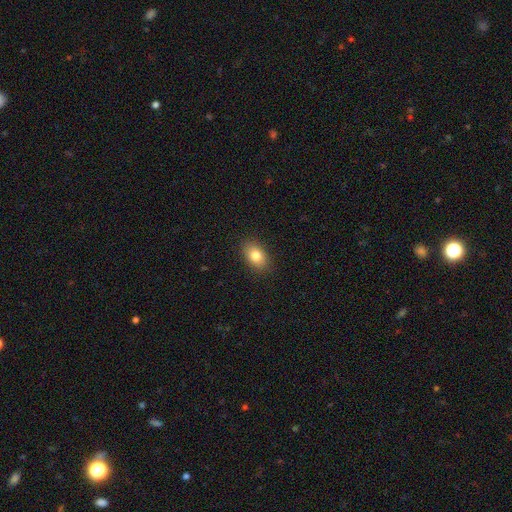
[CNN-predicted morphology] A smooth galaxy with no disk features (81%) that is in between round and cigar-shaped (84%).

Vote fractions:
- Smooth or featured? smooth: 81% / featured or disk: 10% / star or artifact: 9%
- How rounded? in between: 84% / round: 15% / cigar-shaped: 2%
- Merging? none: 88% / minor disturbance: 9% / major disturbance: 2% / merger: 1%